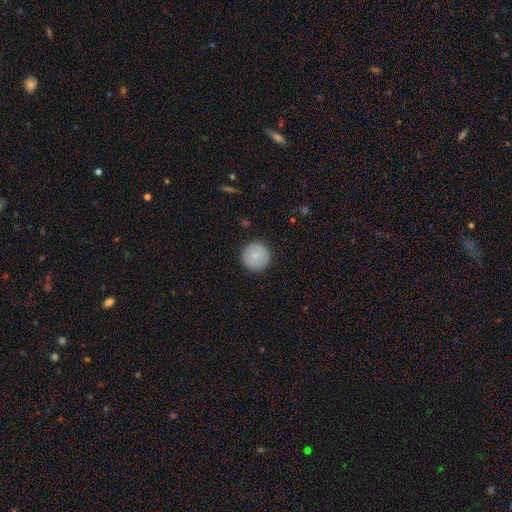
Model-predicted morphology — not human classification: Overall: smooth (78%). How rounded: round (96%). Merging: none (91%).